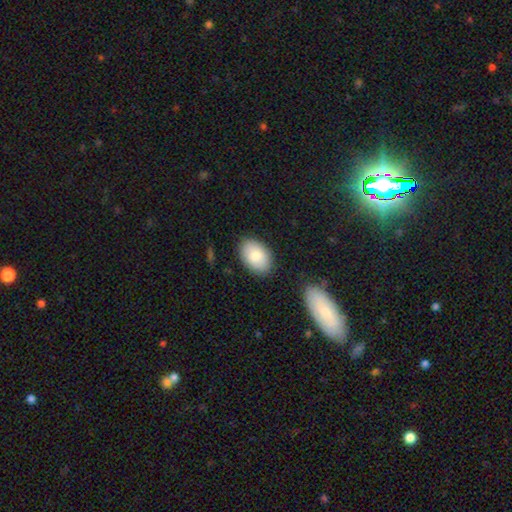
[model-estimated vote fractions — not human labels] The model was most divided on "smooth or featured": smooth: 80%, featured or disk: 13%, star or artifact: 7%. More confident: how rounded — in between (88%); merging — none (85%).